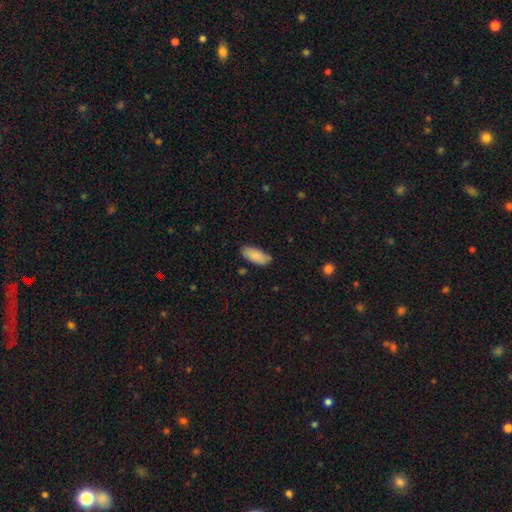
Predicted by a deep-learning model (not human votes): smooth 87%, featured or disk 7%, star or artifact 6%. Down the decision tree: how rounded — in between (85%); merging — none (80%).